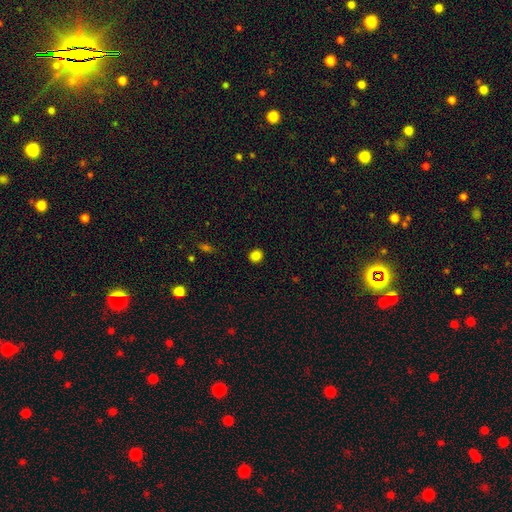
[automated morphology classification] smooth_or_featured: smooth (p=0.85) [alt: star or artifact p=0.12]
how_rounded: round (p=0.83) [alt: in between p=0.16]
merging: none (p=0.91) [alt: minor disturbance p=0.06]